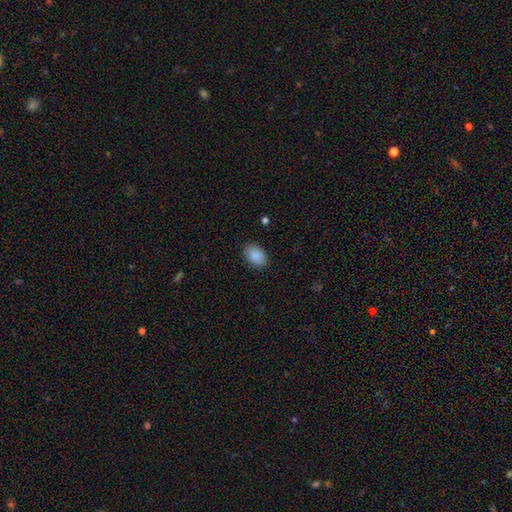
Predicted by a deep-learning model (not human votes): smooth 90%, star or artifact 7%, featured or disk 4%. Down the decision tree: how rounded — in between (88%); merging — none (88%).